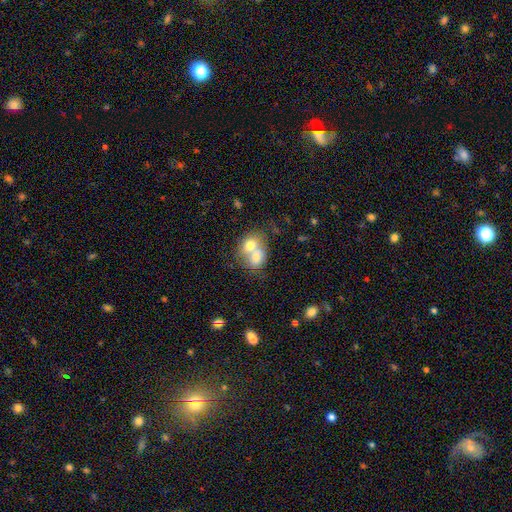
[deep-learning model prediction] smooth 65%, featured or disk 25%, star or artifact 9%. Down the decision tree: how rounded — round (52%); merging — merger (74%).